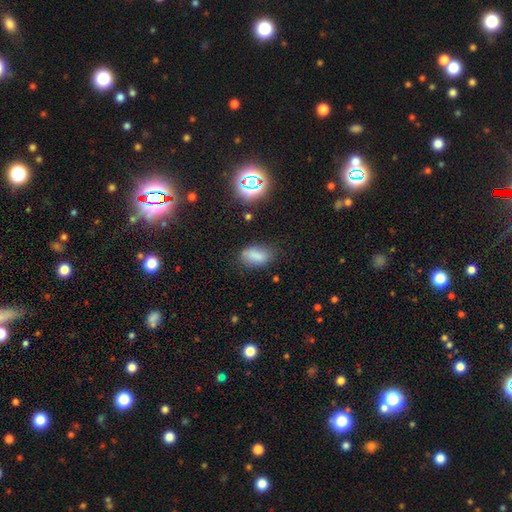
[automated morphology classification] Overall: smooth (79%). How rounded: in between (90%). Merging: none (67%).